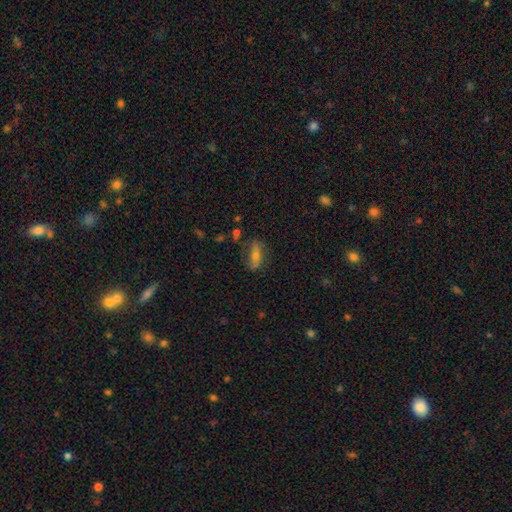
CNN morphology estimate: Smooth or featured: smooth — 49% (featured or disk — 38%)
Merging: none — 71% (minor disturbance — 18%)